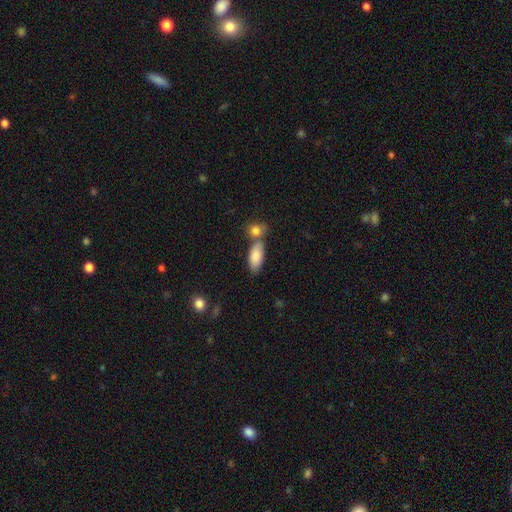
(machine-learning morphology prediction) type=smooth (84%); roundness=in between (85%); merging=none (51%).